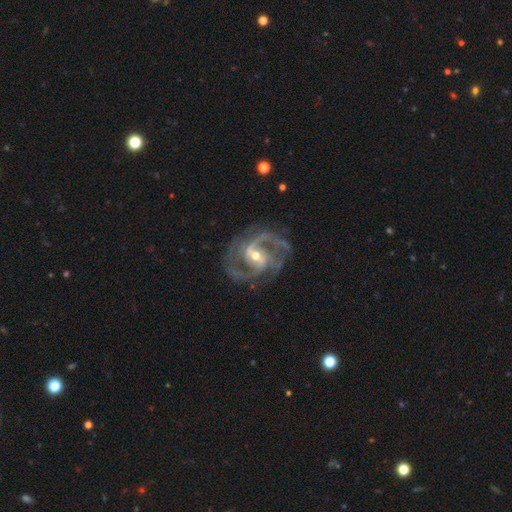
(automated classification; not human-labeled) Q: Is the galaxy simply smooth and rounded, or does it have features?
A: featured or disk — 93%.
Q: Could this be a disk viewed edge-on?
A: no — 98%.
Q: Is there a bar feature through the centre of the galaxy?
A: weak — 45%.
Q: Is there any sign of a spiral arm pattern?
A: yes — 98%.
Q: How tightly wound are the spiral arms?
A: medium — 59%.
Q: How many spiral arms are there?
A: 2 — 61%.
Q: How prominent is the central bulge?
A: moderate — 61%.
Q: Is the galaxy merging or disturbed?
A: none — 73%.